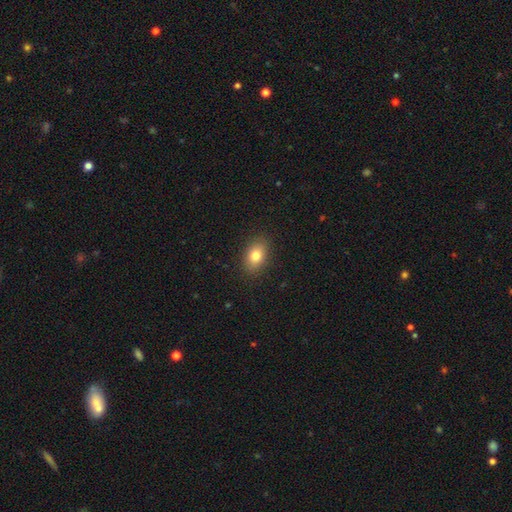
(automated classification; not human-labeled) Q: Smooth or featured?
A: smooth (80%); runner-up: featured or disk (10%)
Q: How rounded?
A: in between (83%); runner-up: round (15%)
Q: Merging?
A: none (88%); runner-up: minor disturbance (9%)